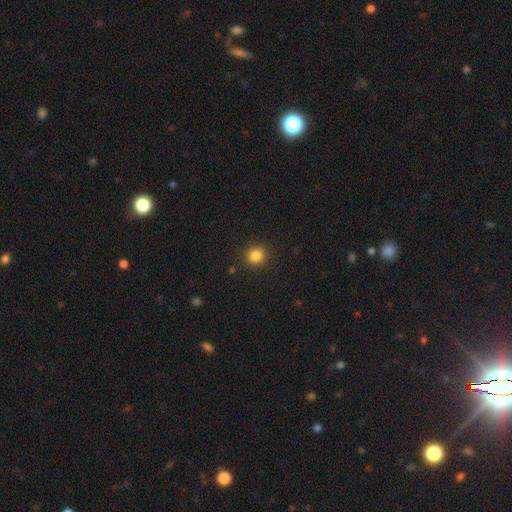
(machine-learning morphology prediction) Smooth or featured? Predicted: smooth (p=0.84). How rounded? Predicted: round (p=0.88). Merging? Predicted: none (p=0.90).